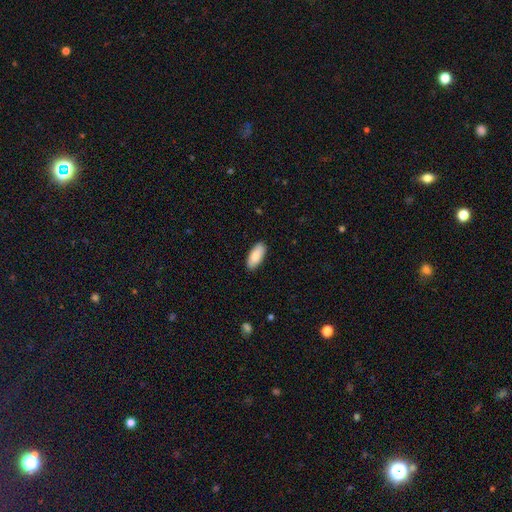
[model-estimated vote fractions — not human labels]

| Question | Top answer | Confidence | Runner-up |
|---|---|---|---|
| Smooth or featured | smooth | 85% | featured or disk (9%) |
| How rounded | in between | 88% | cigar-shaped (10%) |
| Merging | none | 89% | minor disturbance (9%) |